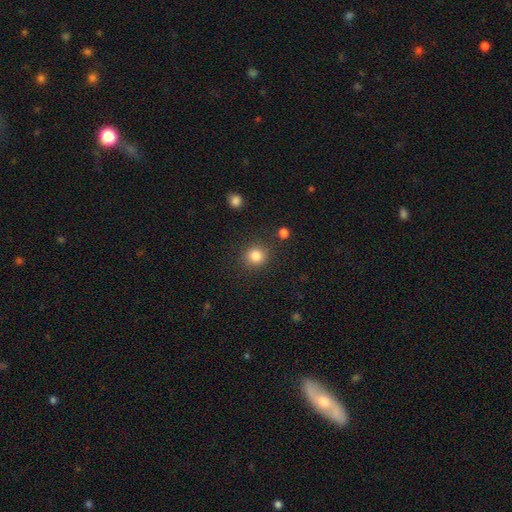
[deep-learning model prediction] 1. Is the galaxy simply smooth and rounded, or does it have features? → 84% smooth, 11% star or artifact, 5% featured or disk.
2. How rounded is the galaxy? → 88% round, 11% in between, 1% cigar-shaped.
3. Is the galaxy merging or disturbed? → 87% none, 8% minor disturbance, 3% major disturbance, 3% merger.